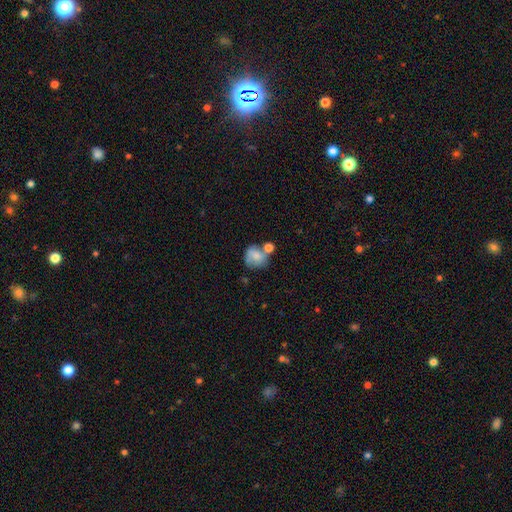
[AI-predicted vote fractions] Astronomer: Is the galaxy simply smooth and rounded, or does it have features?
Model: smooth — 69%.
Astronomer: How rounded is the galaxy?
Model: round — 72%.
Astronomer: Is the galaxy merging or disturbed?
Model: none — 38% (runner-up: merger, 31%).